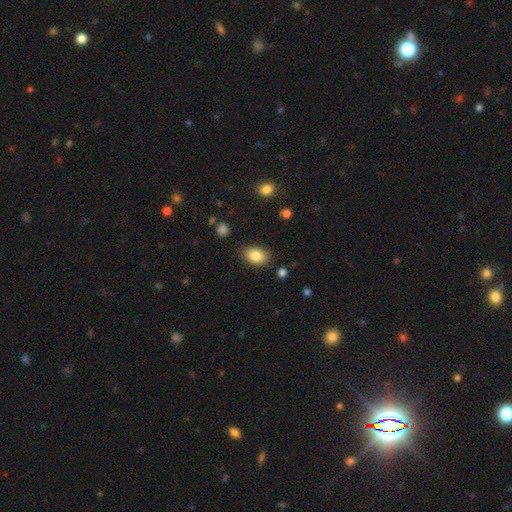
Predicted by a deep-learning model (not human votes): Smooth or featured? smooth (85%)
How rounded? in between (85%)
Merging? none (84%)